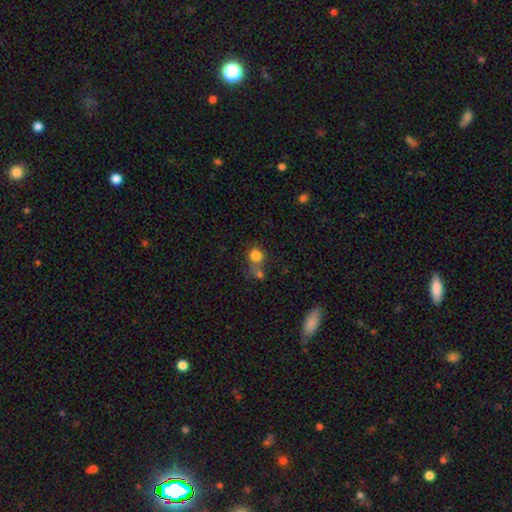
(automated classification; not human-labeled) The model was most divided on "merging": none: 46%, merger: 36%, minor disturbance: 12%, major disturbance: 7%. More confident: how rounded — round (84%); smooth or featured — smooth (81%).